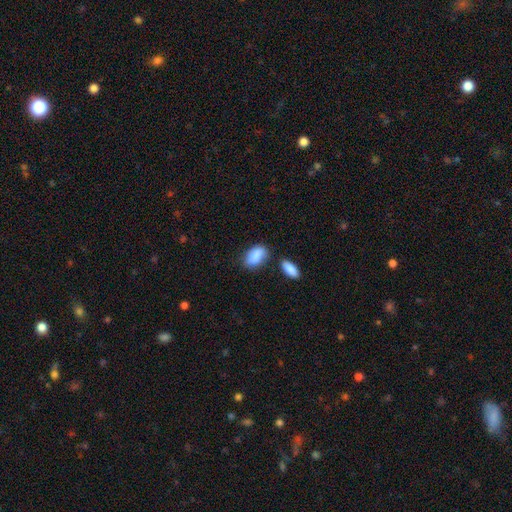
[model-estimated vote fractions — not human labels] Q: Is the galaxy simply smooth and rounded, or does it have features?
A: smooth — 86%.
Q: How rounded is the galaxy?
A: in between — 90%.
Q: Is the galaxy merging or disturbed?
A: none — 58%.